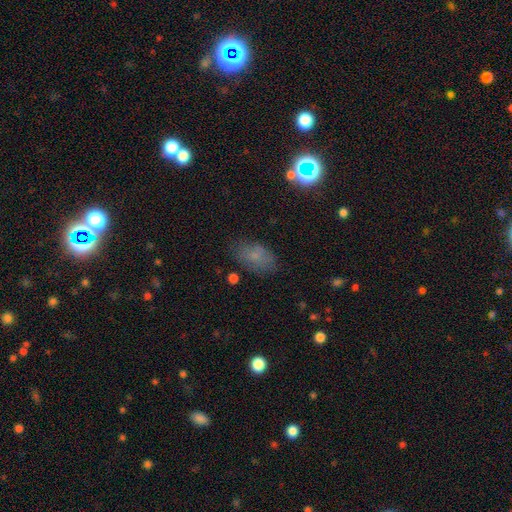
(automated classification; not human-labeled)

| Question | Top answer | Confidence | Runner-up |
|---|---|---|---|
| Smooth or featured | smooth | 69% | star or artifact (16%) |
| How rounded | in between | 89% | round (9%) |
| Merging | none | 71% | minor disturbance (20%) |